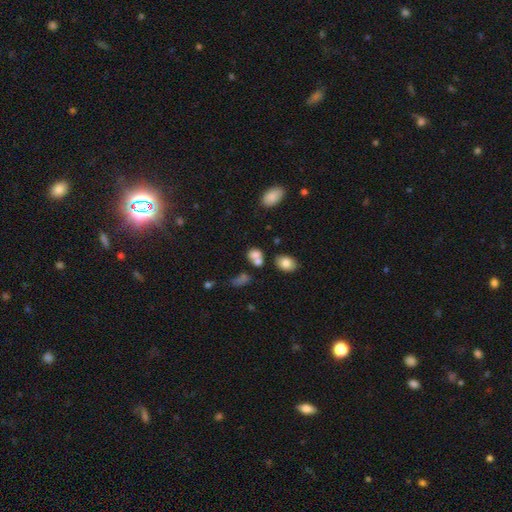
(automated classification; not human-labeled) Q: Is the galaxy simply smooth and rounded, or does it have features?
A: smooth — 73%.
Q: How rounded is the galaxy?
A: in between — 54%.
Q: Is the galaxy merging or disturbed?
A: merger — 40%.